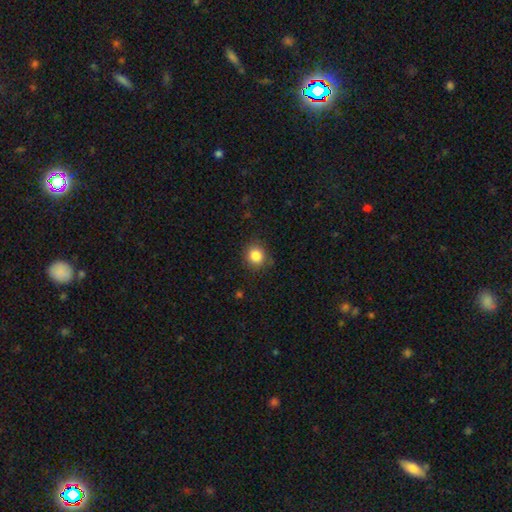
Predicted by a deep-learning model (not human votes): Smooth or featured?
  - smooth: 85% *
  - star or artifact: 10%
  - featured or disk: 5%
How rounded?
  - round: 84% *
  - in between: 15%
  - cigar-shaped: 1%
Merging?
  - none: 84% *
  - minor disturbance: 12%
  - major disturbance: 3%
  - merger: 1%